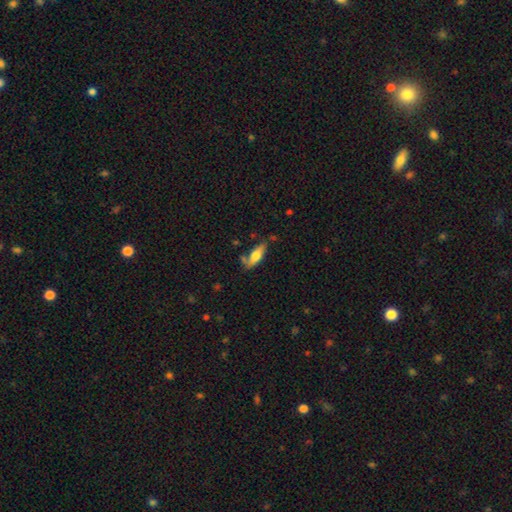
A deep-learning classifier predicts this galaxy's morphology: The model was most divided on "how rounded": in between: 57%, cigar-shaped: 41%, round: 3%. More confident: merging — none (63%); smooth or featured — smooth (61%).